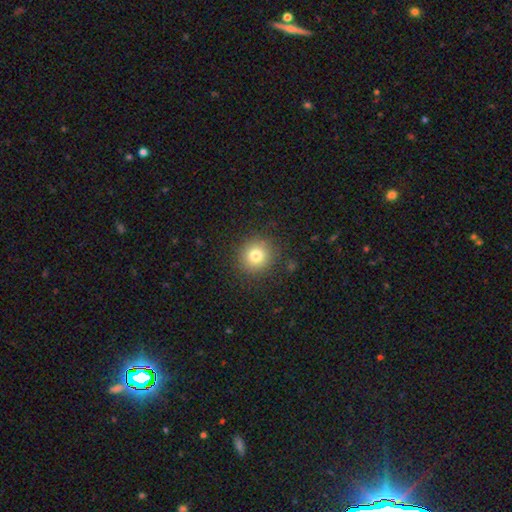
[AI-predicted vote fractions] This is likely a smooth galaxy (80%). How rounded: clearly round (92%). Merging: clearly none (88%).